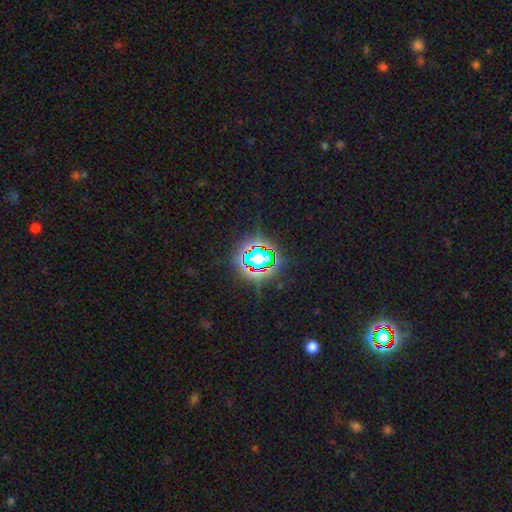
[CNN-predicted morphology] smooth_or_featured: star or artifact (p=0.72) [alt: smooth p=0.16]